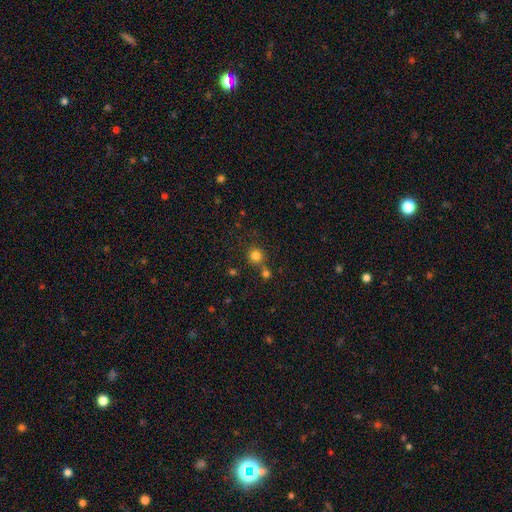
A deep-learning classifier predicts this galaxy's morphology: A smooth galaxy with no disk features (80%) that is round (92%). Merging: none (68%).